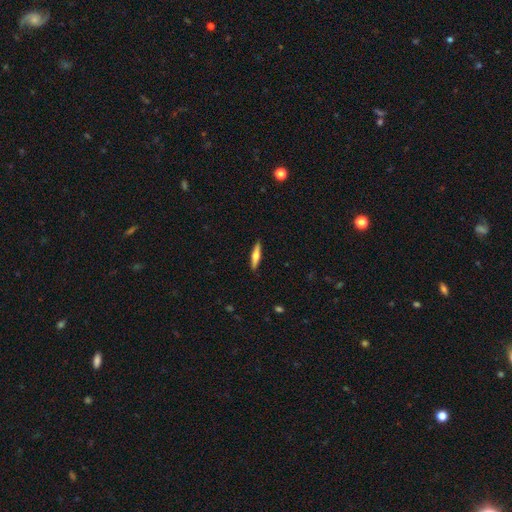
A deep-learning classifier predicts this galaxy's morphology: This appears to be a smooth galaxy with no disk features (49%). Merging: none (91%).